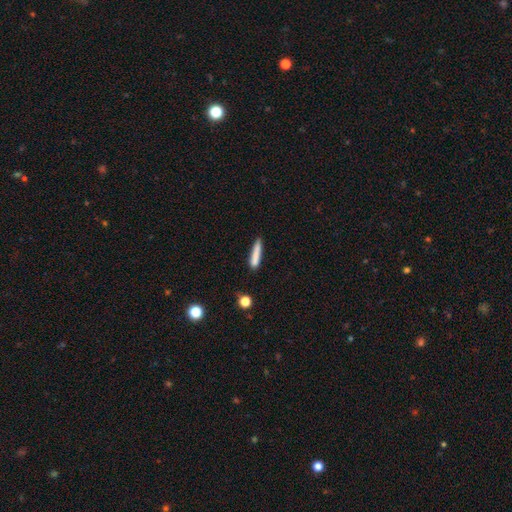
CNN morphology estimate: Q: Smooth or featured?
A: smooth (80%); runner-up: featured or disk (13%)
Q: How rounded?
A: cigar-shaped (91%); runner-up: in between (8%)
Q: Merging?
A: none (77%); runner-up: minor disturbance (16%)